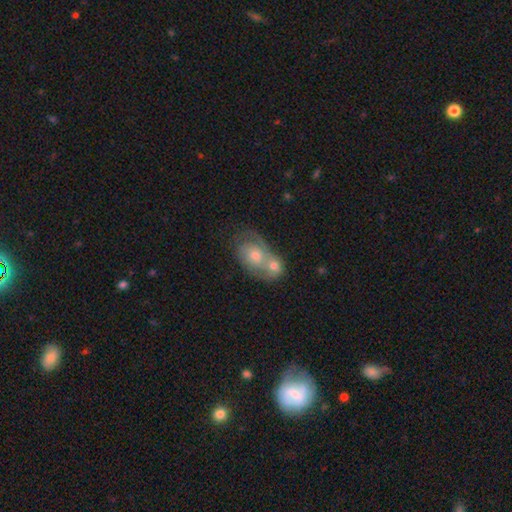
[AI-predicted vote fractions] This is possibly a featured or disk galaxy (55%). It is clearly not viewed edge-on (96%). Bar: clearly no (82%). Spiral arm pattern: likely yes (67%). Central bulge: possibly moderate (60%). Merging: likely merger (66%).